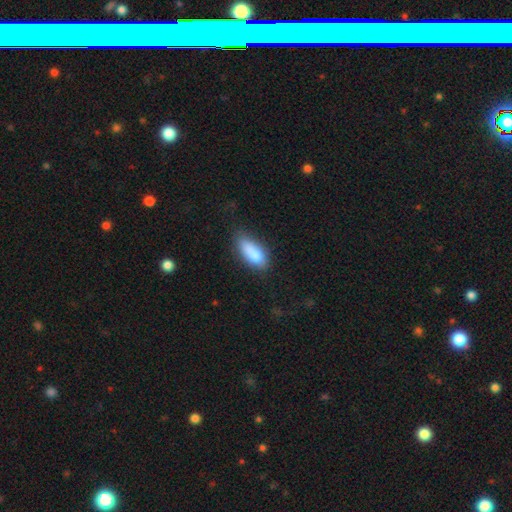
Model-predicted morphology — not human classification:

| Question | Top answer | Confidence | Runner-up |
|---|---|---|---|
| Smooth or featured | smooth | 82% | featured or disk (11%) |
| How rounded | in between | 80% | cigar-shaped (18%) |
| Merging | none | 59% | minor disturbance (28%) |